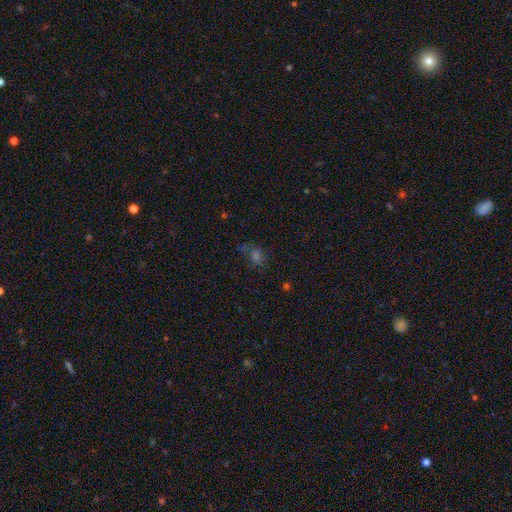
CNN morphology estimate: smooth-or-featured: smooth: 44% | star or artifact: 40% | featured or disk: 16%
  merging: none: 56% | minor disturbance: 20% | major disturbance: 14% | merger: 10%